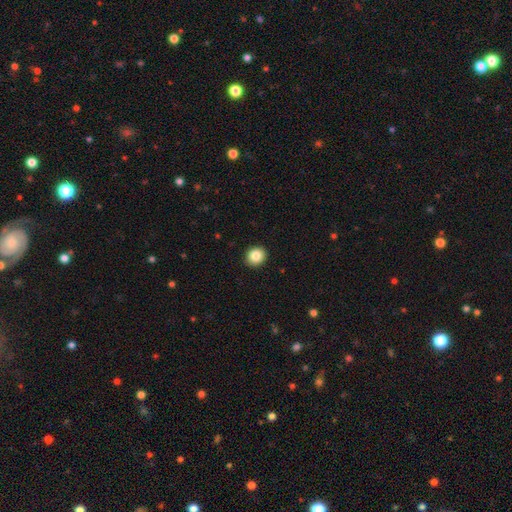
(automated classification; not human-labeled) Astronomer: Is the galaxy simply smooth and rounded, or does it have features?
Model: smooth — 85%.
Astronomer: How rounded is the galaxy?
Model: round — 80%.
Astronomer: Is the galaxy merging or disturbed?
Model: none — 92%.